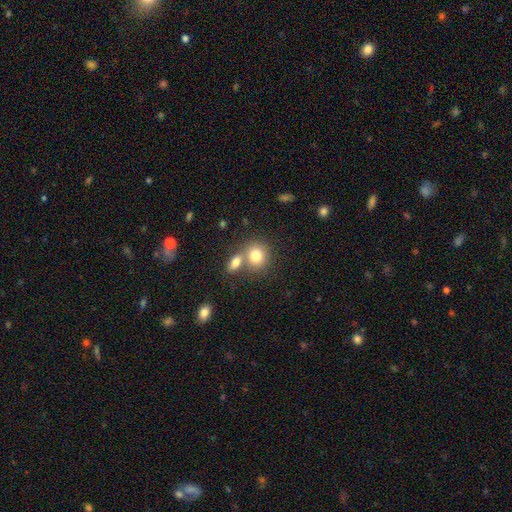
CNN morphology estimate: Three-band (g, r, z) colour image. It shows a smooth galaxy with no disk features (80%) that is round (70%). Merging: none (46%).